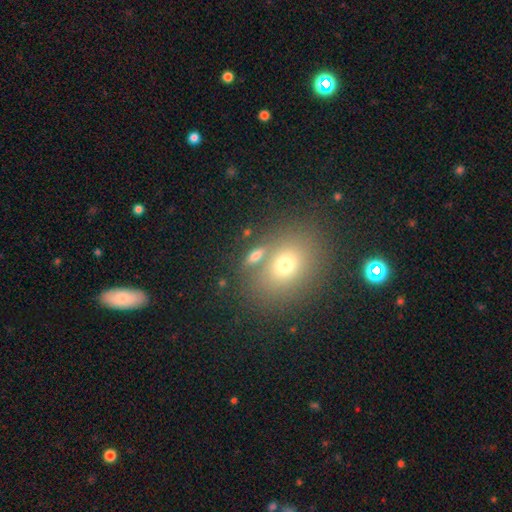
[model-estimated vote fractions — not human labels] Morphology: type=smooth (68%); roundness=in between (64%); merging=none (66%).